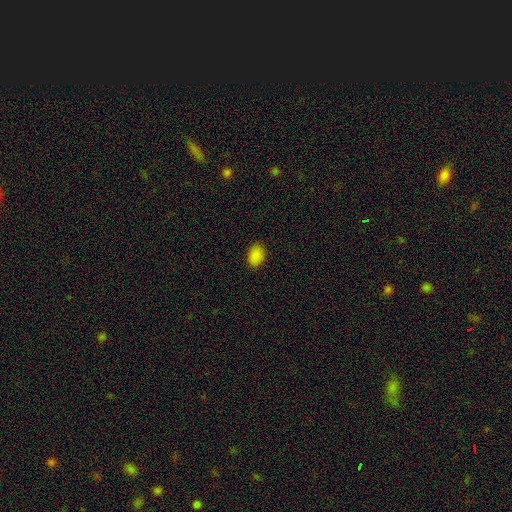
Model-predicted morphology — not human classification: smooth_or_featured: smooth (p=0.86) [alt: star or artifact p=0.11]
how_rounded: in between (p=0.82) [alt: round p=0.17]
merging: none (p=0.87) [alt: minor disturbance p=0.10]